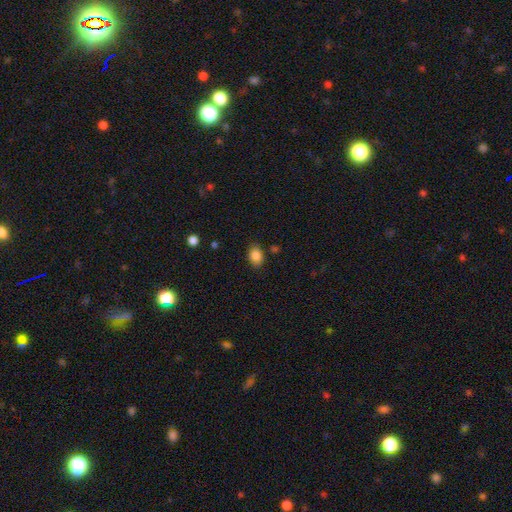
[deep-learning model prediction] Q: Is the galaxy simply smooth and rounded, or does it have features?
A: smooth — 86%.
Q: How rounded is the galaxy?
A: in between — 72%.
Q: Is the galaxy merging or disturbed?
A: none — 82%.